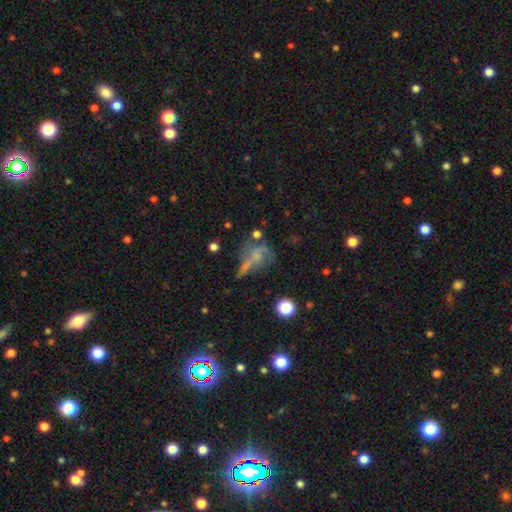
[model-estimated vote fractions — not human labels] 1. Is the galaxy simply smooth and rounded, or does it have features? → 42% featured or disk, 40% smooth, 18% star or artifact.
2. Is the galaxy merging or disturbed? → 31% none, 27% major disturbance, 25% merger, 17% minor disturbance.